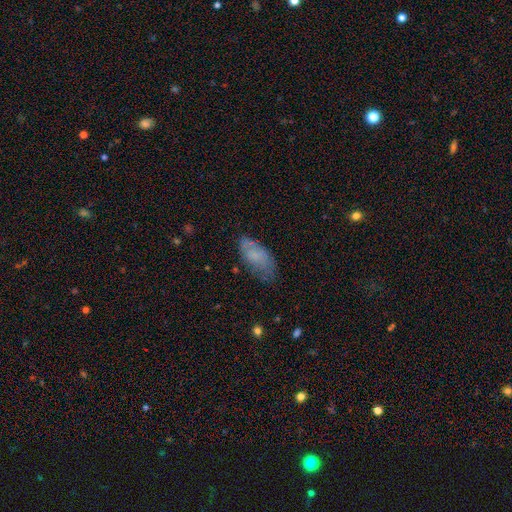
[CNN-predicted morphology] Smooth or featured?
  - smooth: 67% *
  - featured or disk: 25%
  - star or artifact: 8%
How rounded?
  - in between: 90% *
  - cigar-shaped: 7%
  - round: 3%
Merging?
  - none: 55% *
  - minor disturbance: 30%
  - major disturbance: 13%
  - merger: 2%